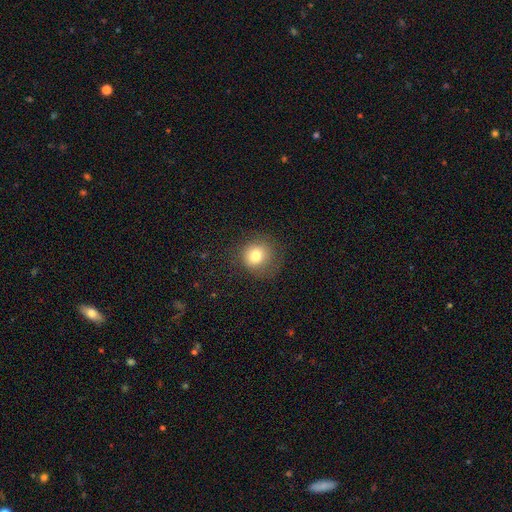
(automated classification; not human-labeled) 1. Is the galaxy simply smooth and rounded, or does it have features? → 77% smooth, 12% star or artifact, 11% featured or disk.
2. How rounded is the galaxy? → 88% round, 11% in between, 1% cigar-shaped.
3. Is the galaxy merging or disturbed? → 75% none, 15% minor disturbance, 9% major disturbance, 1% merger.